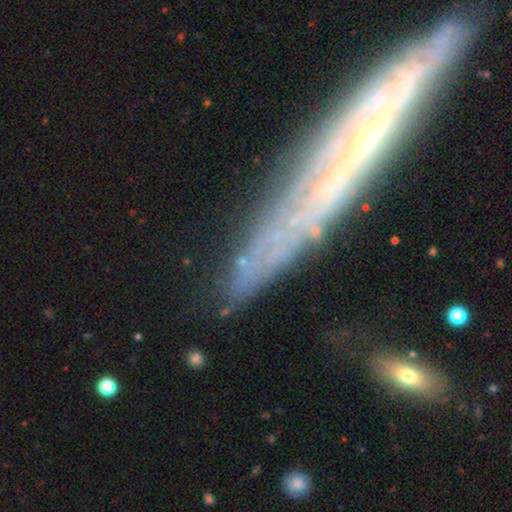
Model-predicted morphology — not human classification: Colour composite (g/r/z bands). It shows a featured or disk galaxy (68%) viewed edge-on (65%). Merging: none (76%).